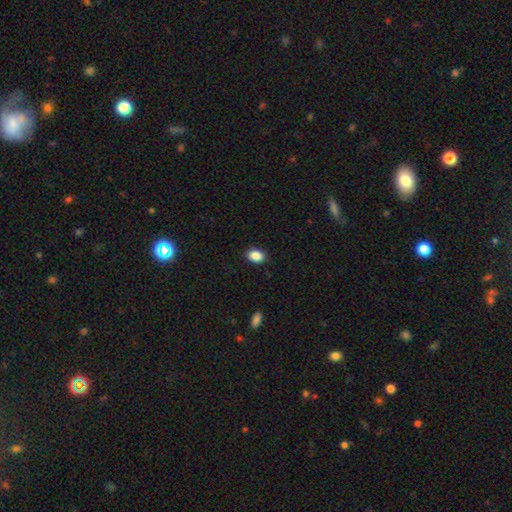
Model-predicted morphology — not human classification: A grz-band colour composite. It shows a smooth galaxy with no disk features (88%) that is in between round and cigar-shaped (73%). Merging: none (88%).